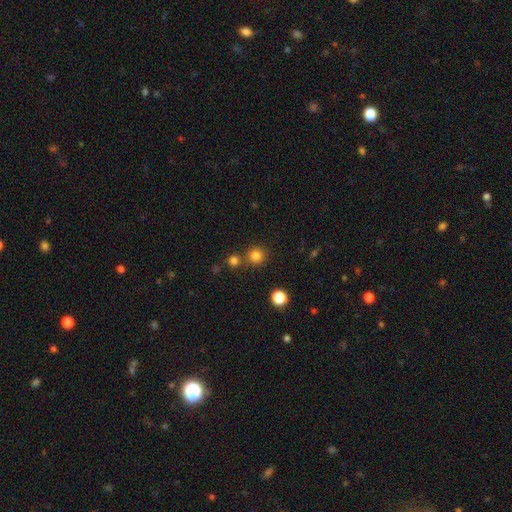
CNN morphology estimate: type=smooth (81%); roundness=round (93%); merging=none (77%).